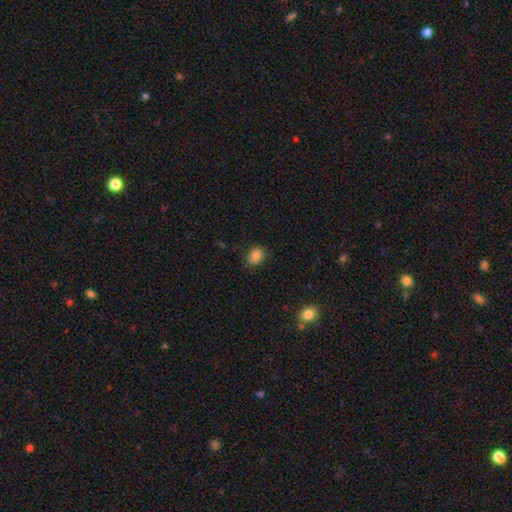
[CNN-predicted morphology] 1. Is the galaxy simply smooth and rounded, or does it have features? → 84% smooth, 10% star or artifact, 5% featured or disk.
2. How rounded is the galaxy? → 60% in between, 39% round, 1% cigar-shaped.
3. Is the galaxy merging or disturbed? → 81% none, 15% minor disturbance, 3% major disturbance, 1% merger.